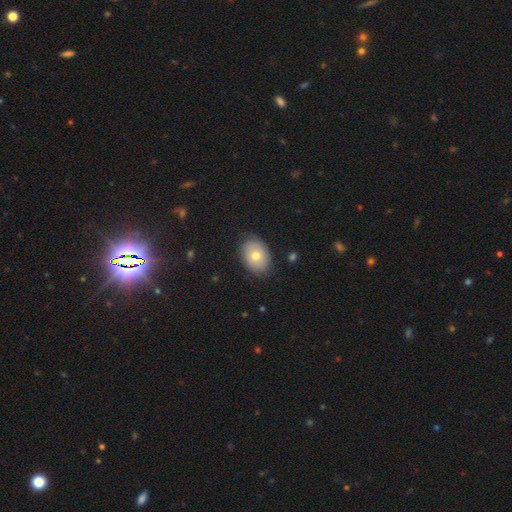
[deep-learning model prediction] Smooth or featured?
  - smooth: 72% *
  - featured or disk: 20%
  - star or artifact: 8%
How rounded?
  - in between: 71% *
  - round: 28%
  - cigar-shaped: 1%
Merging?
  - none: 83% *
  - minor disturbance: 13%
  - major disturbance: 3%
  - merger: 1%